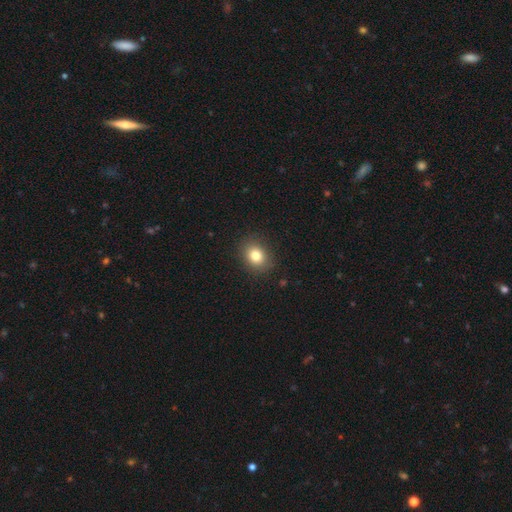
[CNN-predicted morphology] Smooth or featured? Predicted: smooth (p=0.82). How rounded? Predicted: round (p=0.57). Merging? Predicted: none (p=0.88).